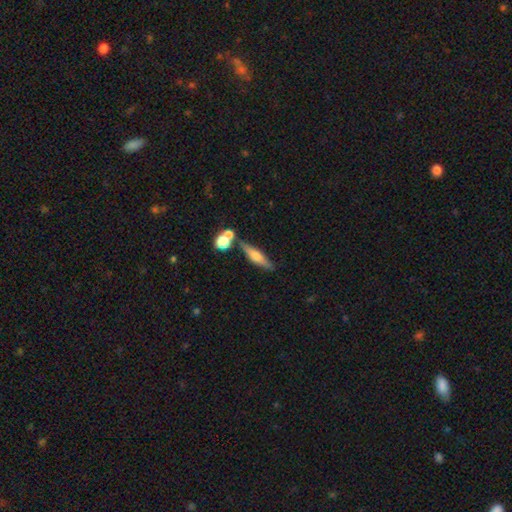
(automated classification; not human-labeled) This appears to be a smooth galaxy with no disk features (52%) that is cigar-shaped (69%). Merging: none (70%).